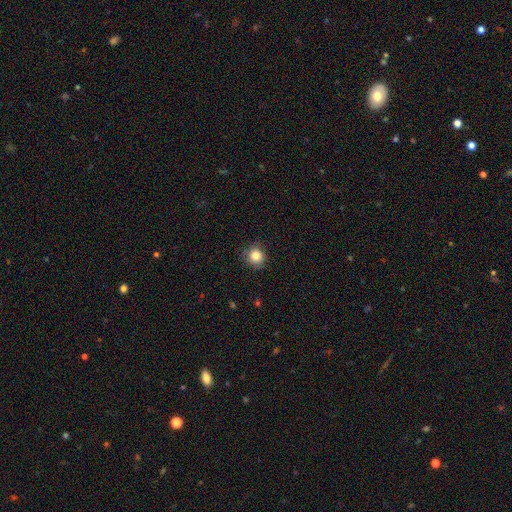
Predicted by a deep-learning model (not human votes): Smooth or featured? Predicted: smooth (p=0.84). How rounded? Predicted: round (p=0.91). Merging? Predicted: none (p=0.83).